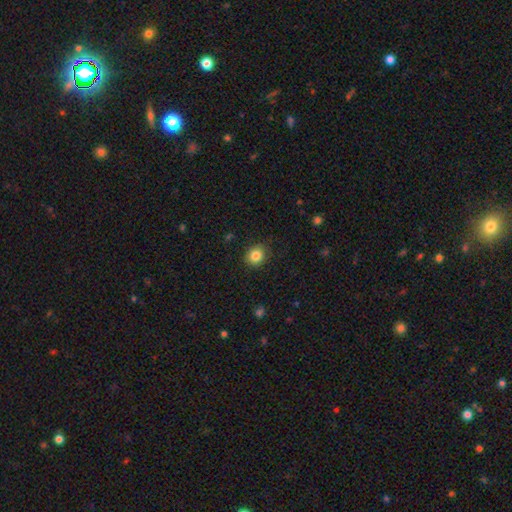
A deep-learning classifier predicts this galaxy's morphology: smooth-or-featured: smooth: 84% | star or artifact: 10% | featured or disk: 6%
  how-rounded: round: 79% | in between: 20% | cigar-shaped: 1%
  merging: none: 86% | minor disturbance: 10% | major disturbance: 2% | merger: 1%